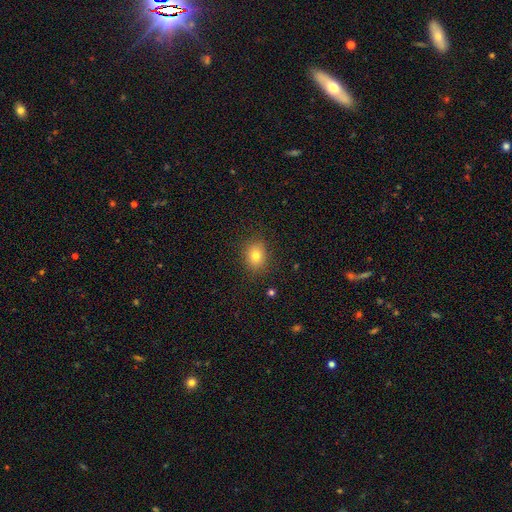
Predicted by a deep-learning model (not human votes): Overall: smooth (78%). How rounded: round (57%; in between 42%). Merging: none (87%).